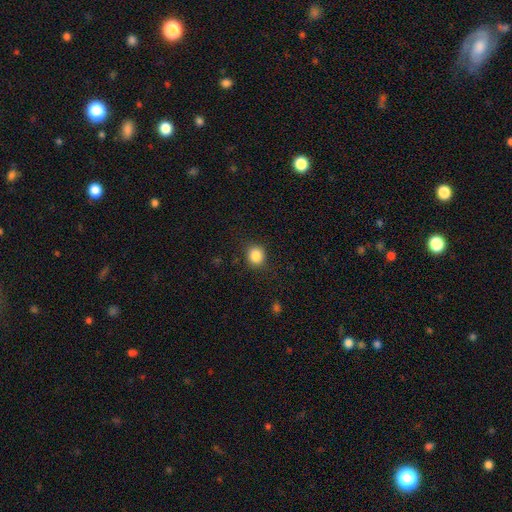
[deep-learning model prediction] Smooth or featured: smooth — 86% (star or artifact — 10%)
How rounded: round — 81% (in between — 18%)
Merging: none — 87% (minor disturbance — 9%)